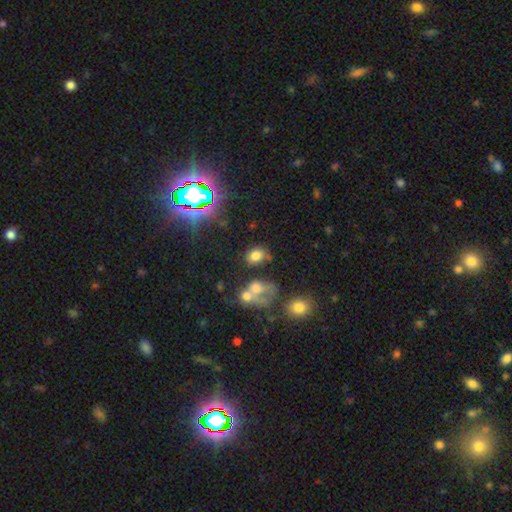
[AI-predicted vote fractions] A smooth galaxy with no disk features (71%) that is in between round and cigar-shaped (67%). Merging: none (59%).